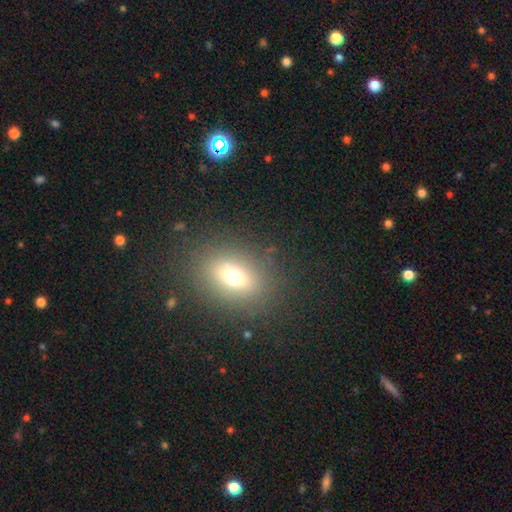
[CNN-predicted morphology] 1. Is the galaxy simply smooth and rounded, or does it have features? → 65% smooth, 22% star or artifact, 13% featured or disk.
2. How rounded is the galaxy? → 73% in between, 24% round, 4% cigar-shaped.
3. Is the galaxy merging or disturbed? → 89% none, 6% minor disturbance, 3% major disturbance, 1% merger.